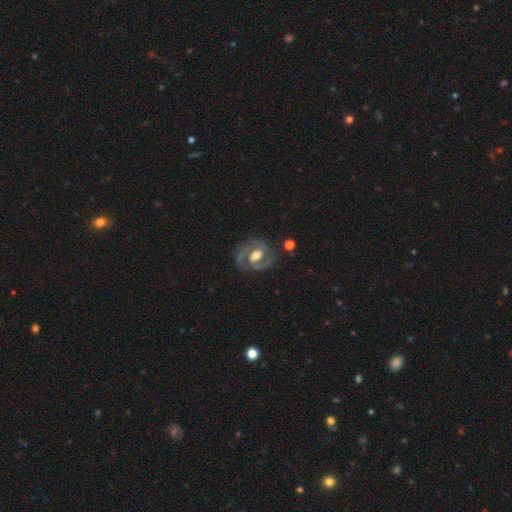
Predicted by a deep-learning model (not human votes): Overall: featured or disk (82%). Edge-on disk: no (97%). Bar: weak (45%; no 29%). Spiral arms: yes (89%). Spiral arm count: 2 (84%). Spiral winding: medium (51%; tight 37%). Bulge size: moderate (60%; large 25%). Merging: none (73%).